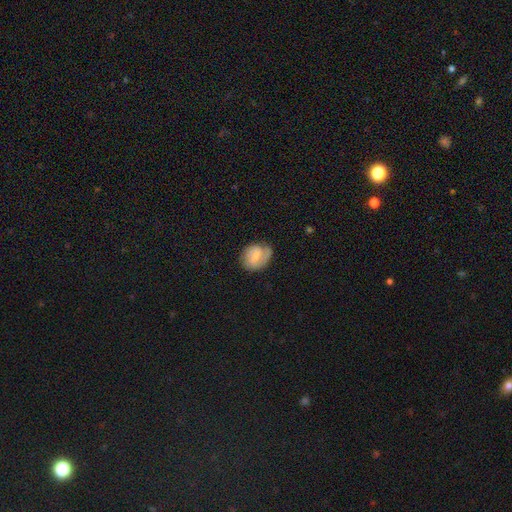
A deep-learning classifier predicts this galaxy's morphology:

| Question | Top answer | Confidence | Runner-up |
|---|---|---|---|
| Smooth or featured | featured or disk | 50% | smooth (43%) |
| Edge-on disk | no | 97% | yes (3%) |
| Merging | none | 59% | minor disturbance (29%) |